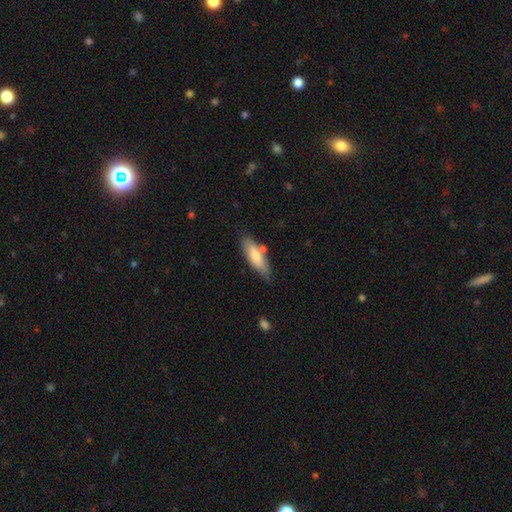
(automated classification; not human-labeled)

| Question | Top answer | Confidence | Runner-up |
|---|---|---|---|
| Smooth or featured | smooth | 74% | featured or disk (20%) |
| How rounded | in between | 51% | cigar-shaped (47%) |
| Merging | none | 68% | minor disturbance (19%) |